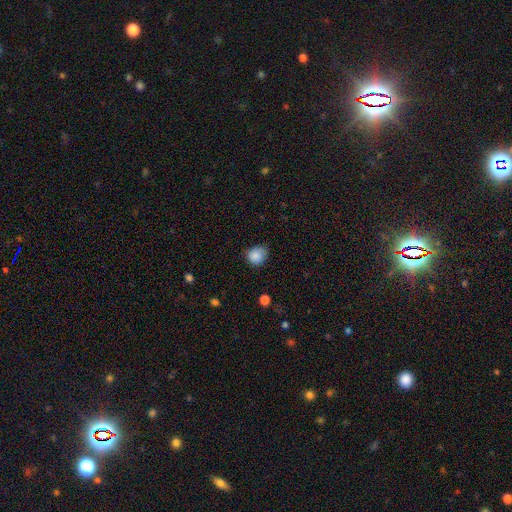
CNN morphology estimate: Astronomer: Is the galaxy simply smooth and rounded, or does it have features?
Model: smooth — 83%.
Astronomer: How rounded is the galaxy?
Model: round — 72%.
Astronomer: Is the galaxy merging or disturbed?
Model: none — 60%.